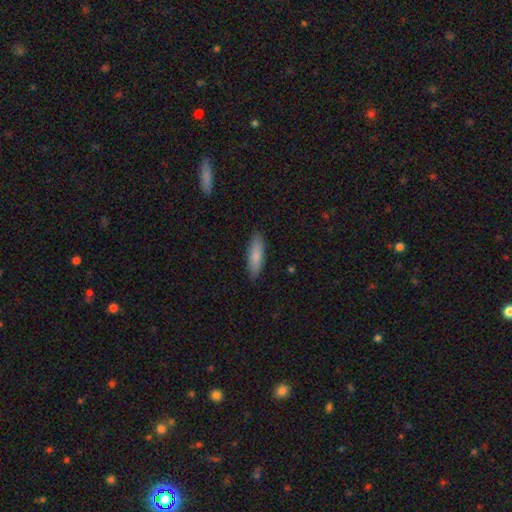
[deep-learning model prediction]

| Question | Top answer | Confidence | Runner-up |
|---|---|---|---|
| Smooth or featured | smooth | 85% | featured or disk (9%) |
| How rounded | cigar-shaped | 57% | in between (42%) |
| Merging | none | 87% | minor disturbance (10%) |